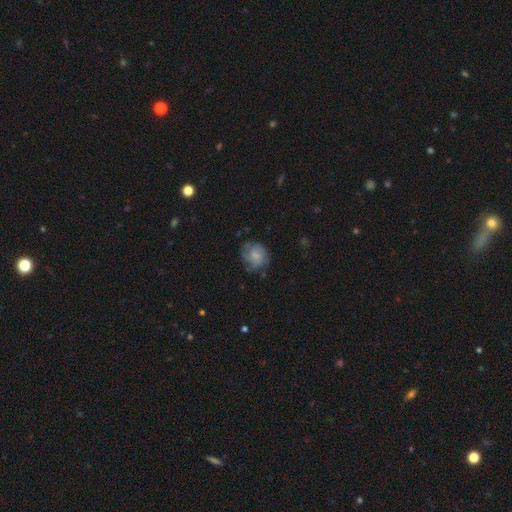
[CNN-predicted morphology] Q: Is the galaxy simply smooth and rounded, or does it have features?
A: smooth — 62%.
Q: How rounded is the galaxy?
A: round — 75%.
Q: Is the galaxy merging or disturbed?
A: none — 64%.